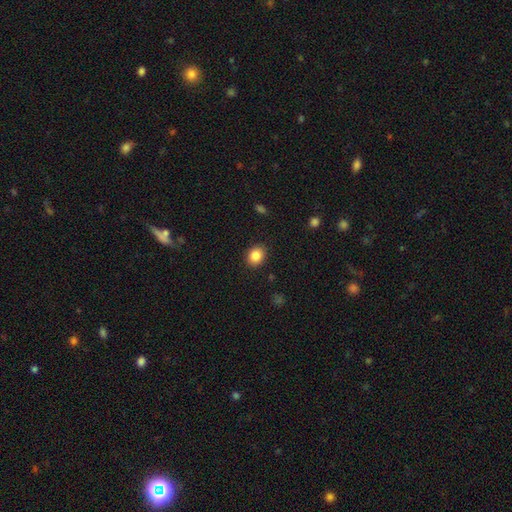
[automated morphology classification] Smooth or featured: smooth — 86% (star or artifact — 9%)
How rounded: round — 55% (in between — 44%)
Merging: none — 89% (minor disturbance — 8%)